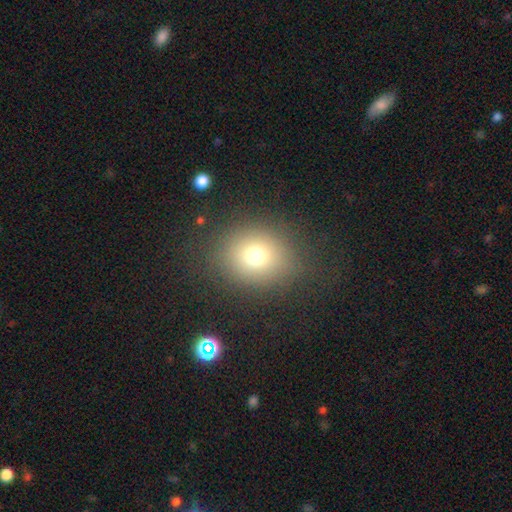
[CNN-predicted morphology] smooth_or_featured: smooth (p=0.72) [alt: star or artifact p=0.16]
how_rounded: round (p=0.68) [alt: in between p=0.31]
merging: none (p=0.83) [alt: minor disturbance p=0.10]